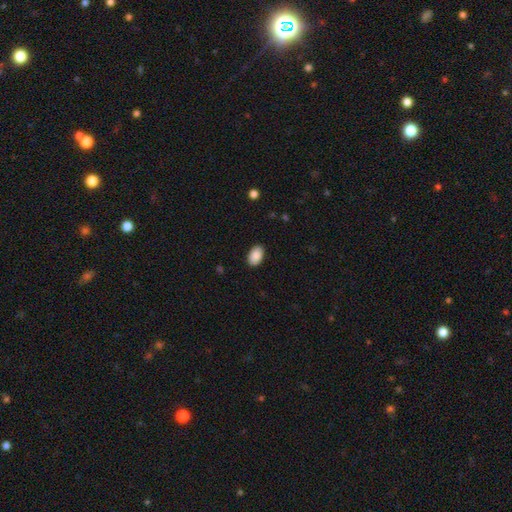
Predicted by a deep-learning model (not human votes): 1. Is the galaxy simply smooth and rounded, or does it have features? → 90% smooth, 7% star or artifact, 3% featured or disk.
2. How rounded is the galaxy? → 92% in between, 7% round, 1% cigar-shaped.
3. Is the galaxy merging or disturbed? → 88% none, 9% minor disturbance, 2% major disturbance, 1% merger.